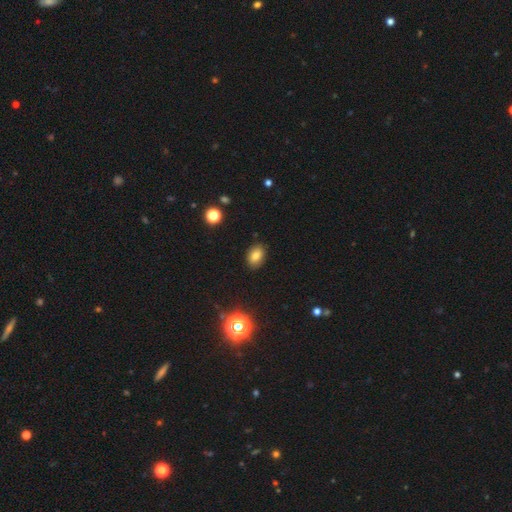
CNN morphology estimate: smooth-or-featured: smooth: 80% | star or artifact: 12% | featured or disk: 8%
  how-rounded: in between: 80% | round: 19% | cigar-shaped: 1%
  merging: none: 87% | minor disturbance: 10% | major disturbance: 2% | merger: 1%